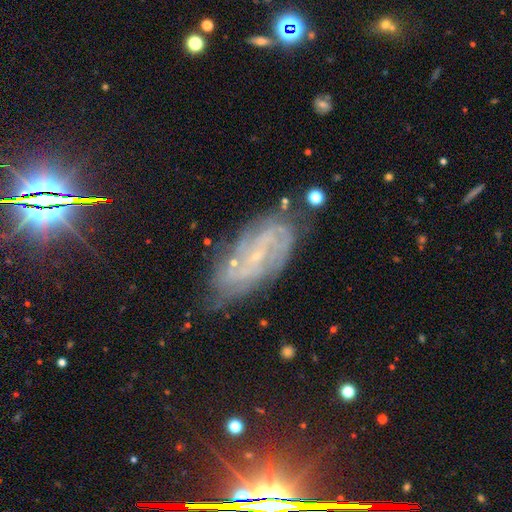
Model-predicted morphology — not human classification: A featured or disk galaxy (76%) with no bar (43%), tight (51%) spiral arms (90%) and a small central bulge (83%).

Vote fractions:
- Smooth or featured? featured or disk: 76% / star or artifact: 12% / smooth: 12%
- Edge-on disk? no: 91% / yes: 9%
- Bar? no: 43% / weak: 41% / strong: 16%
- Spiral arms? yes: 90% / no: 10%
- Spiral winding? tight: 51% / medium: 35% / loose: 14%
- Spiral arm count? can't tell: 39% / 2: 30% / 3: 12% / 4: 8% / more than 4: 6% / 1: 6%
- Bulge size? small: 83% / moderate: 8% / none: 7% / large: 1% / dominant: 1%
- Merging? none: 65% / minor disturbance: 23% / major disturbance: 8% / merger: 4%